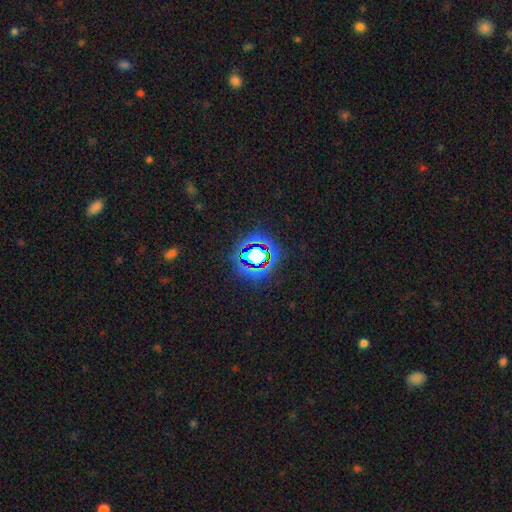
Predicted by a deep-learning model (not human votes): A star or artifact, not a galaxy (70%).